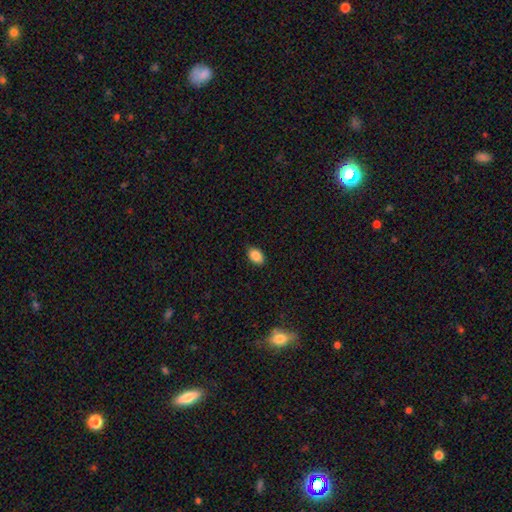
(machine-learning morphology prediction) A smooth galaxy with no disk features (87%) that is in between round and cigar-shaped (88%).

Vote fractions:
- Smooth or featured? smooth: 87% / star or artifact: 8% / featured or disk: 4%
- How rounded? in between: 88% / round: 11% / cigar-shaped: 1%
- Merging? none: 87% / minor disturbance: 10% / major disturbance: 2% / merger: 1%